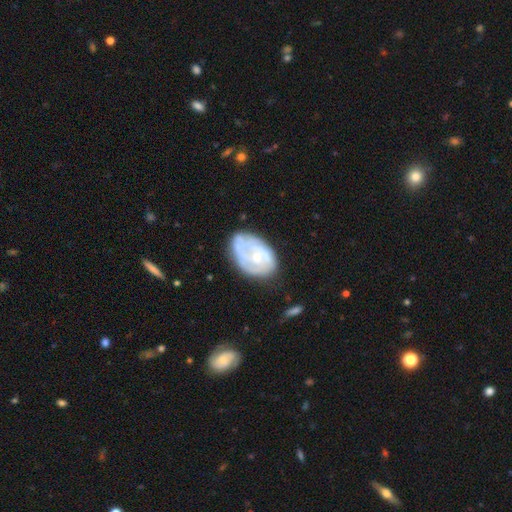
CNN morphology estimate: This appears to be a featured or disk galaxy (64%) with no bar (77%), spiral arms (57%) and a small central bulge (66%). Merging: none (54%).